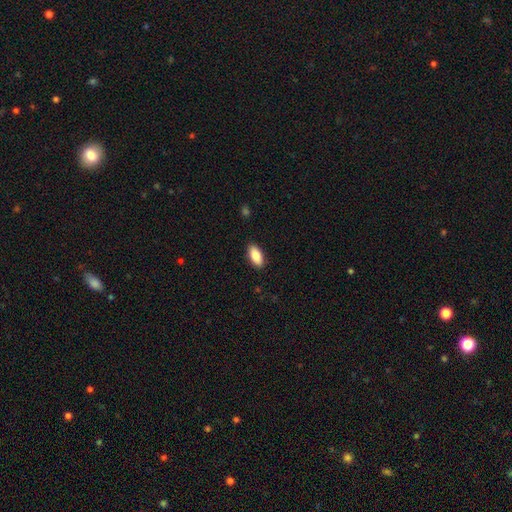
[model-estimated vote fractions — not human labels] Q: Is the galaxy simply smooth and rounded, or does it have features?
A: smooth — 87%.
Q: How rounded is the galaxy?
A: in between — 91%.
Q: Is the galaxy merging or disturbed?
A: none — 89%.